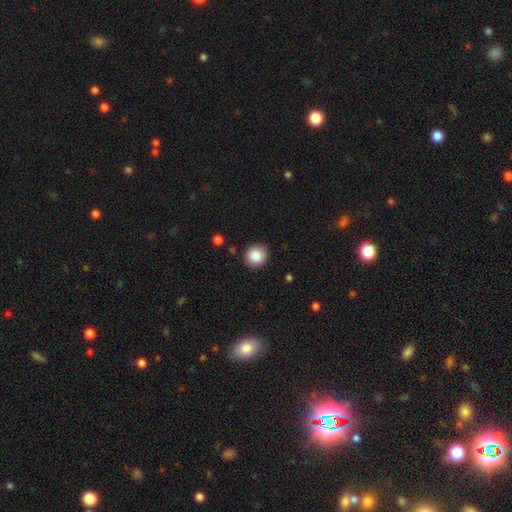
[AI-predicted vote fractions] A smooth galaxy with no disk features (87%) that is round (88%).

Vote fractions:
- Smooth or featured? smooth: 87% / star or artifact: 8% / featured or disk: 4%
- How rounded? round: 88% / in between: 11% / cigar-shaped: 1%
- Merging? none: 89% / minor disturbance: 7% / major disturbance: 2% / merger: 1%